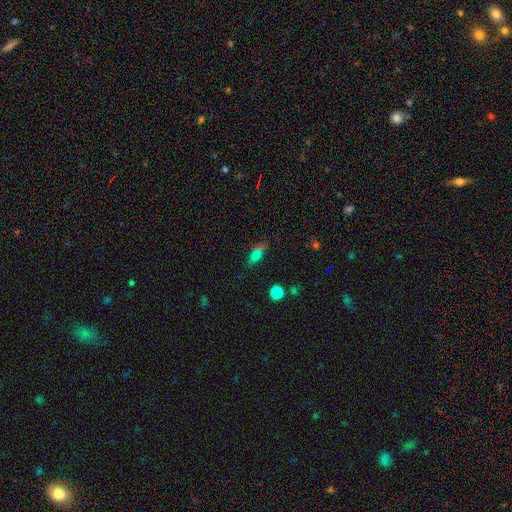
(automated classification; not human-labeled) smooth-or-featured: smooth: 63% | featured or disk: 20% | star or artifact: 17%
  how-rounded: in between: 60% | cigar-shaped: 30% | round: 9%
  merging: none: 62% | minor disturbance: 20% | merger: 11% | major disturbance: 7%